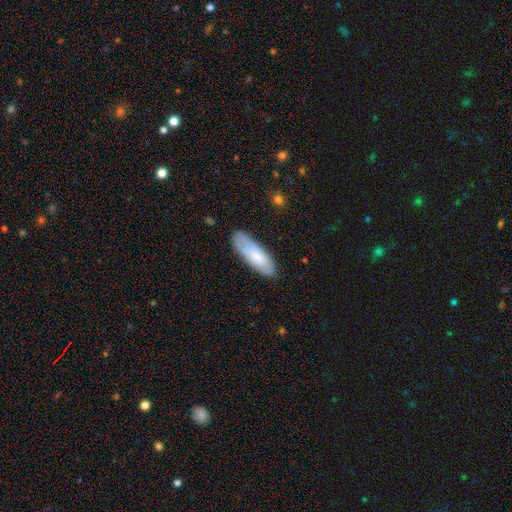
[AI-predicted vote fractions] The model was most divided on "how rounded": in between: 62%, cigar-shaped: 36%, round: 2%. More confident: merging — none (78%); smooth or featured — smooth (68%).